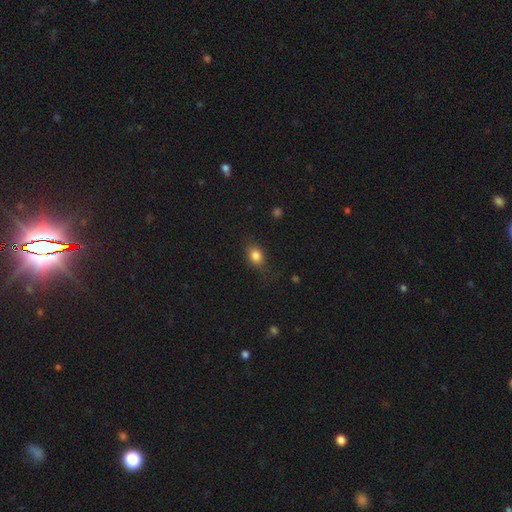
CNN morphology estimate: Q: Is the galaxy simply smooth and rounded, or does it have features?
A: smooth — 83%.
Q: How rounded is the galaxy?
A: in between — 63%.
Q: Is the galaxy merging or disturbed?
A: none — 74%.